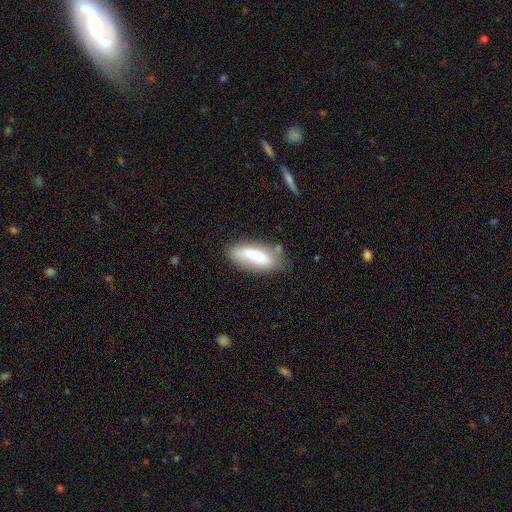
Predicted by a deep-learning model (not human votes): Smooth or featured? Predicted: smooth (p=0.65). How rounded? Predicted: in between (p=0.65). Merging? Predicted: none (p=0.61).